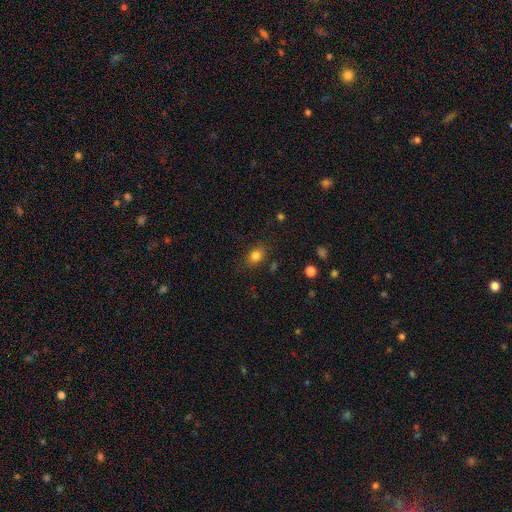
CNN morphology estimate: Smooth or featured: smooth — 82% (star or artifact — 11%)
How rounded: in between — 61% (round — 38%)
Merging: none — 80% (minor disturbance — 14%)